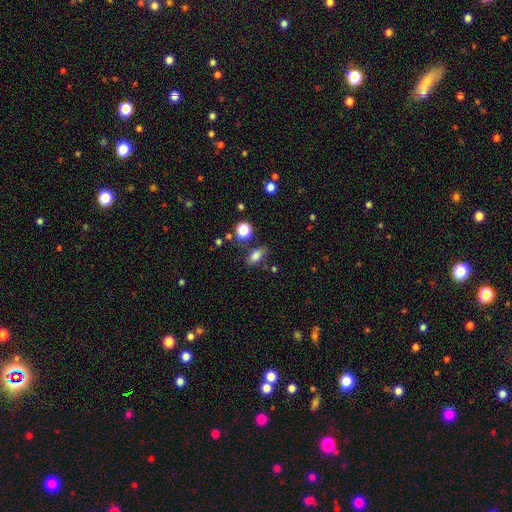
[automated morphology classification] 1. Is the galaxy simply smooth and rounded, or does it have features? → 77% smooth, 12% star or artifact, 11% featured or disk.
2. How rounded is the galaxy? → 78% in between, 11% cigar-shaped, 11% round.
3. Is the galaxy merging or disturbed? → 73% none, 17% minor disturbance, 6% merger, 5% major disturbance.